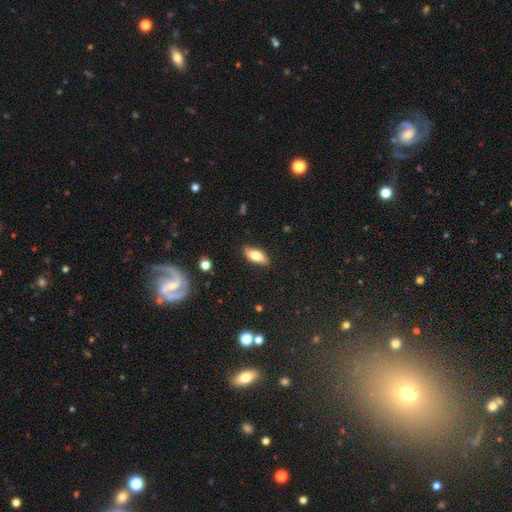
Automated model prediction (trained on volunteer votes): smooth 75%, featured or disk 18%, star or artifact 7%. Down the decision tree: how rounded — in between (83%); merging — none (84%).